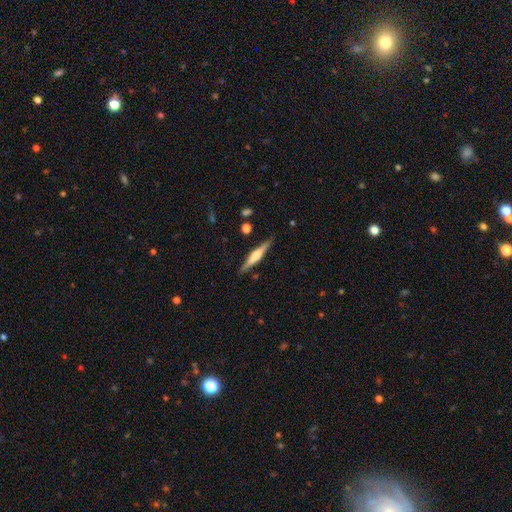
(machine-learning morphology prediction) A featured or disk galaxy (62%) viewed edge-on (98%) with a rounded central bulge (64%).

Vote fractions:
- Smooth or featured? featured or disk: 62% / smooth: 32% / star or artifact: 6%
- Edge-on disk? yes: 98% / no: 2%
- Edge-on bulge? rounded: 64% / boxy: 25% / none: 11%
- Merging? none: 89% / minor disturbance: 8% / major disturbance: 2% / merger: 2%